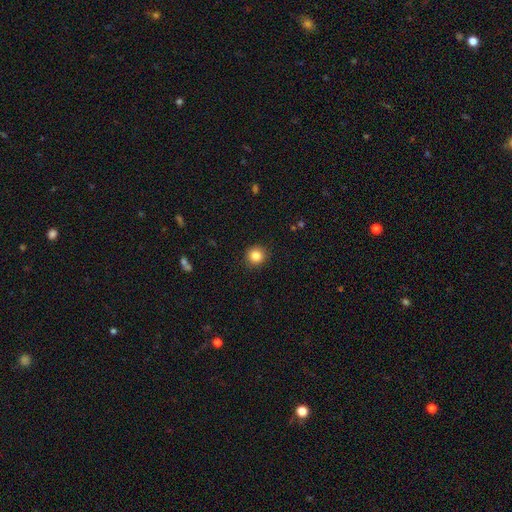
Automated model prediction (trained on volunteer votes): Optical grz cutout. It shows a smooth galaxy with no disk features (85%) that is round (92%). Merging: none (91%).